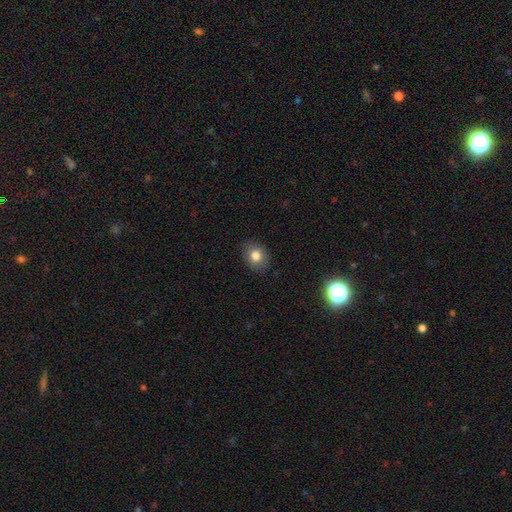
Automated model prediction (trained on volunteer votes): Morphology: type=smooth (80%); roundness=in between (52%); merging=none (86%).